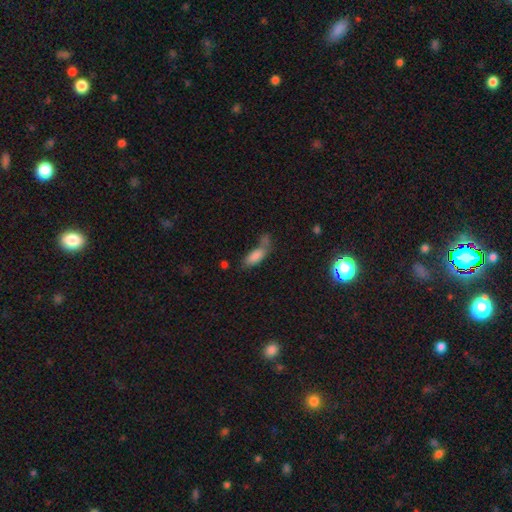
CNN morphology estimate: type=smooth (80%); roundness=in between (72%); merging=none (38%).